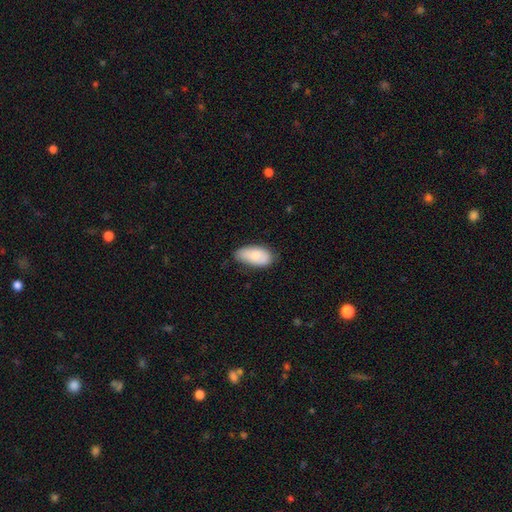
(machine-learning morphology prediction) Smooth or featured: smooth — 80% (featured or disk — 14%)
How rounded: in between — 94% (cigar-shaped — 4%)
Merging: none — 68% (minor disturbance — 26%)